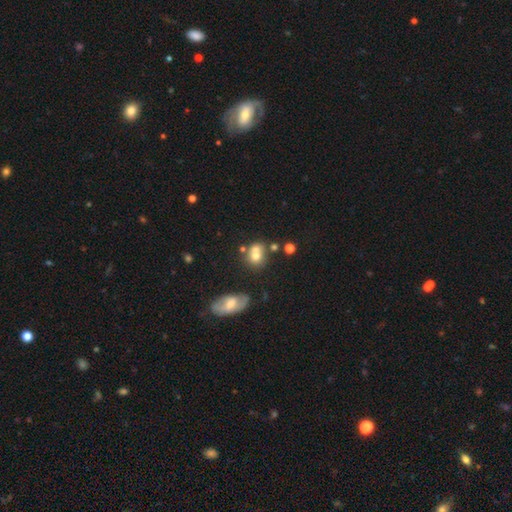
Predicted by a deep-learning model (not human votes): This appears to be a smooth galaxy with no disk features (67%) that is round (65%). Merging: merger (44%).